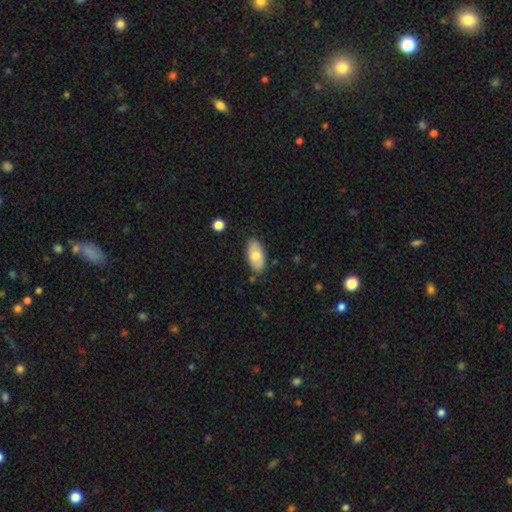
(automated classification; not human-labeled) smooth_or_featured: smooth (p=0.71) [alt: featured or disk p=0.23]
how_rounded: in between (p=0.93) [alt: cigar-shaped p=0.04]
merging: none (p=0.82) [alt: minor disturbance p=0.13]